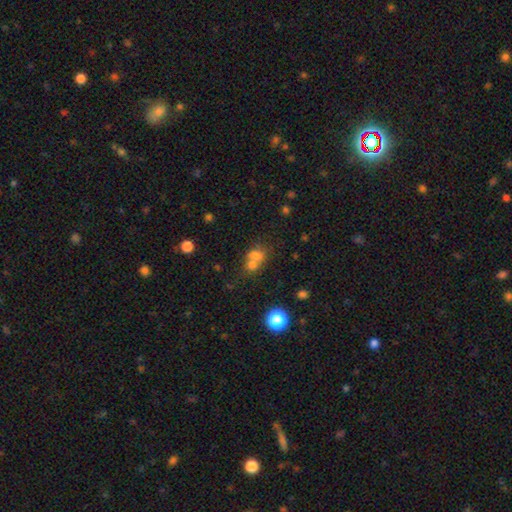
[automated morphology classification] Overall: smooth (63%). How rounded: round (55%; in between 43%). Merging: merger (58%; none 27%).